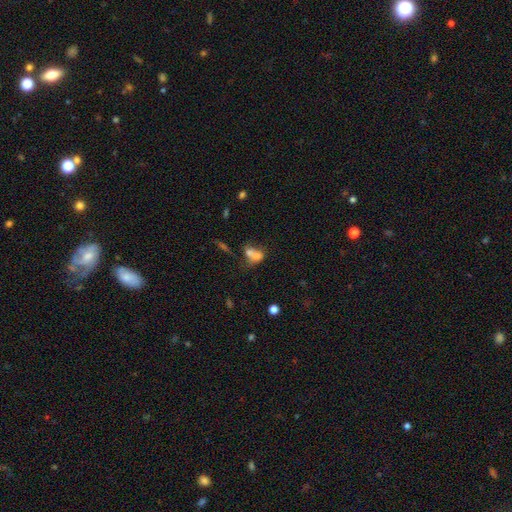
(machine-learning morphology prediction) This is likely a smooth galaxy (66%). How rounded: likely in between (68%). Merging: likely merger (61%).